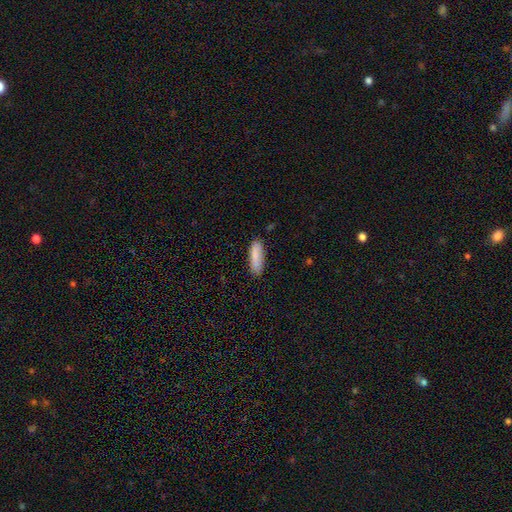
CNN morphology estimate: Smooth or featured: smooth — 83% (featured or disk — 10%)
How rounded: in between — 53% (cigar-shaped — 45%)
Merging: none — 80% (minor disturbance — 15%)